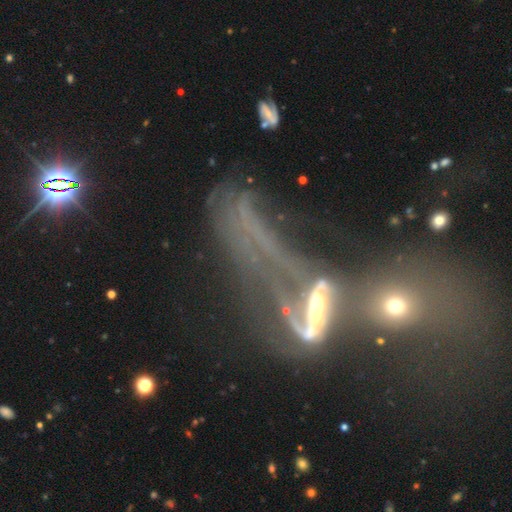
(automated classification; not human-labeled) Smooth or featured?
  - featured or disk: 58% *
  - smooth: 21%
  - star or artifact: 21%
Edge-on disk?
  - no: 66% *
  - yes: 34%
Merging?
  - merger: 45% *
  - major disturbance: 34%
  - none: 12%
  - minor disturbance: 8%